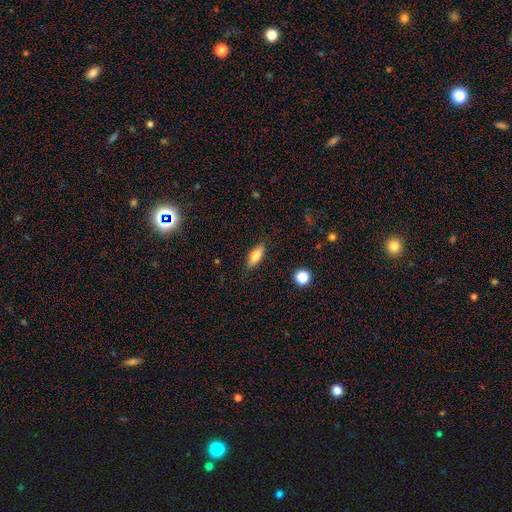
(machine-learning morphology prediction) A smooth galaxy with no disk features (72%) that is in between round and cigar-shaped (71%). Merging: none (87%).